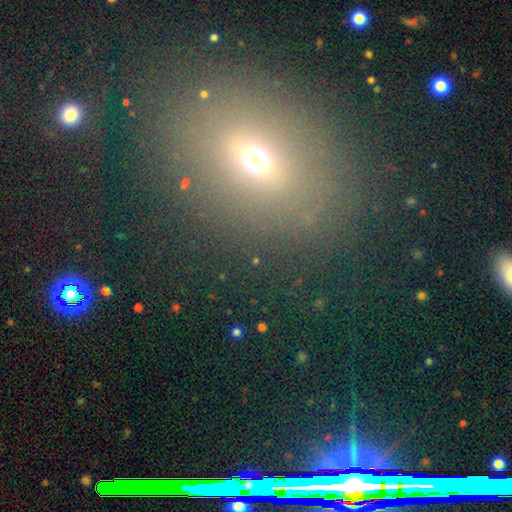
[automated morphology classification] A smooth galaxy with no disk features (52%) that is in between round and cigar-shaped (54%). Merging: none (80%).